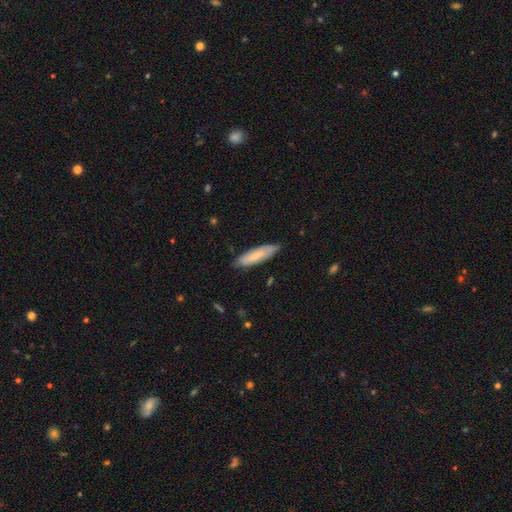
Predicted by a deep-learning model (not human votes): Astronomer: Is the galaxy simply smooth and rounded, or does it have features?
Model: smooth — 66%.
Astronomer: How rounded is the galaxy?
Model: cigar-shaped — 64%.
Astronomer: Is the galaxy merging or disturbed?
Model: none — 81%.